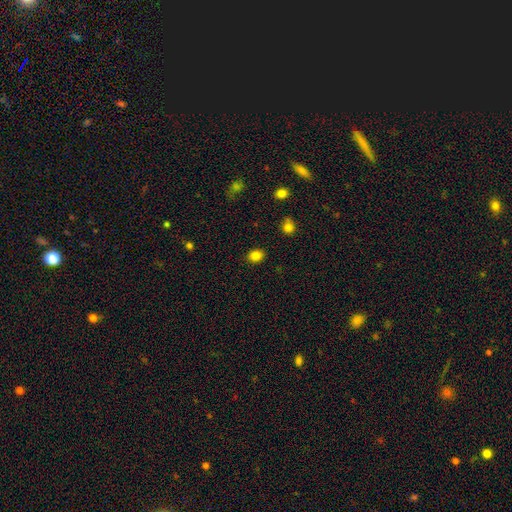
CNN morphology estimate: Smooth or featured: smooth — 84% (star or artifact — 12%)
How rounded: round — 56% (in between — 43%)
Merging: none — 89% (minor disturbance — 8%)